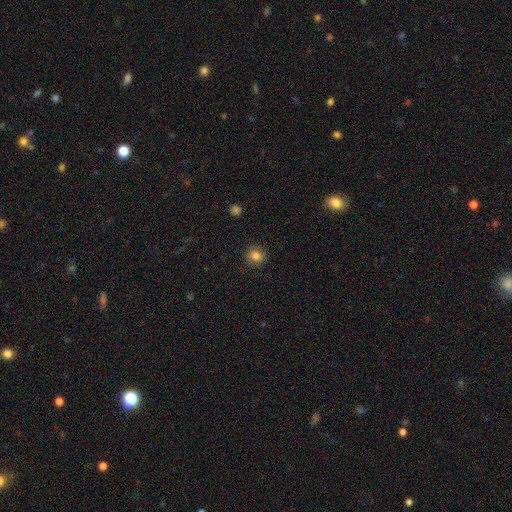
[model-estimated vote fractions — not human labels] Smooth or featured? smooth (82%)
How rounded? round (84%)
Merging? none (87%)